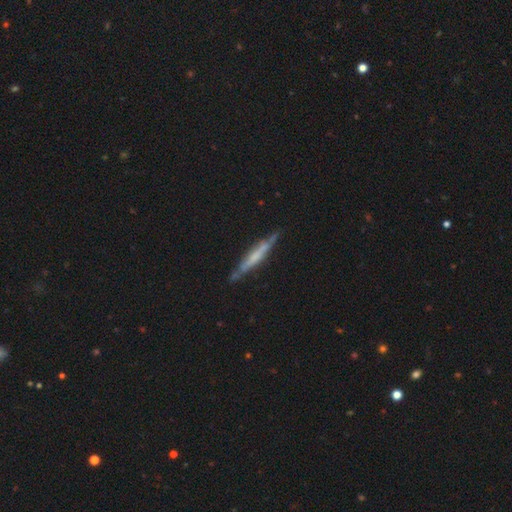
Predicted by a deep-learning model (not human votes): smooth_or_featured: featured or disk (p=0.61) [alt: smooth p=0.33]
disk_edge_on: yes (p=0.93) [alt: no p=0.07]
edge_on_bulge: none (p=0.48) [alt: rounded p=0.27]
merging: none (p=0.79) [alt: minor disturbance p=0.15]